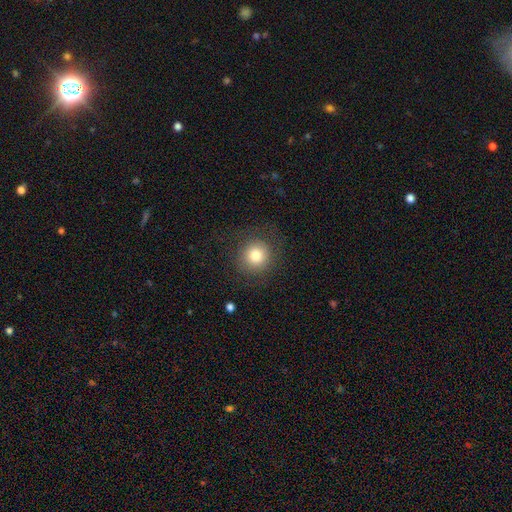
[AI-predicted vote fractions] Smooth or featured?
  - smooth: 79% *
  - star or artifact: 11%
  - featured or disk: 10%
How rounded?
  - round: 93% *
  - in between: 6%
  - cigar-shaped: 1%
Merging?
  - none: 83% *
  - minor disturbance: 10%
  - major disturbance: 6%
  - merger: 1%